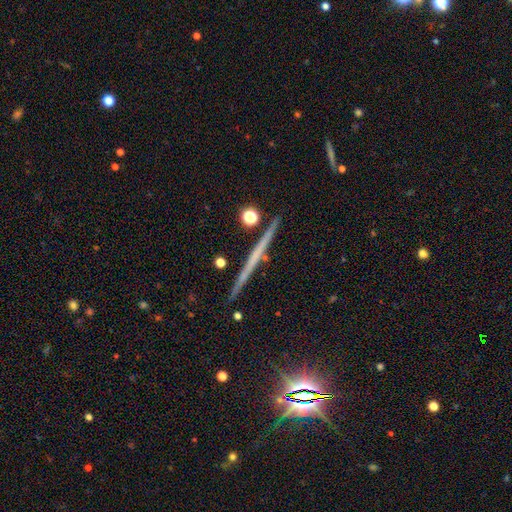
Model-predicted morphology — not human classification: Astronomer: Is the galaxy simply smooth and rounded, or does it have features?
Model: featured or disk — 61%.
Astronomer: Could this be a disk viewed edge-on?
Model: yes — 98%.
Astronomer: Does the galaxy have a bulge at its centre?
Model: none — 85%.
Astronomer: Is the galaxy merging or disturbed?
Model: none — 91%.